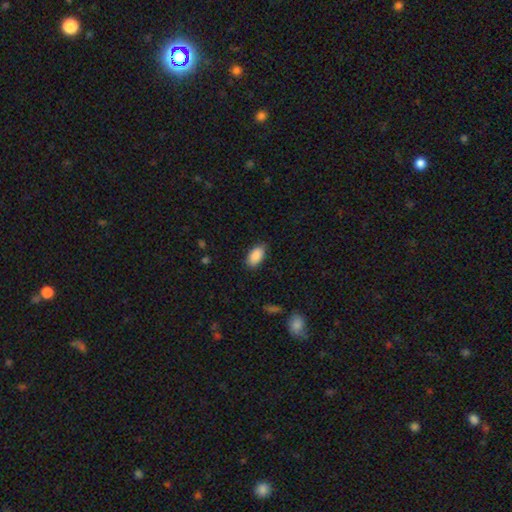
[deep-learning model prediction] A smooth galaxy with no disk features (89%) that is in between round and cigar-shaped (94%). Merging: none (82%).